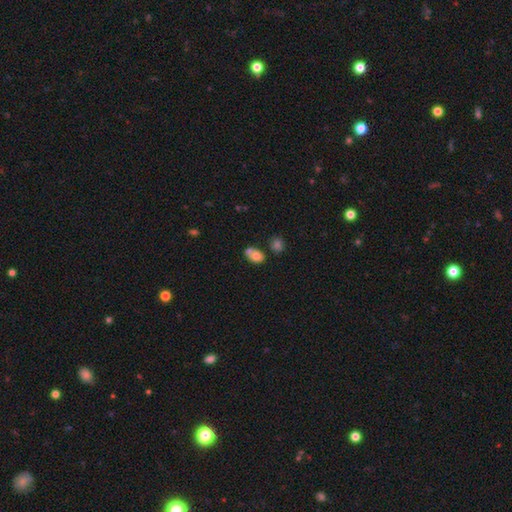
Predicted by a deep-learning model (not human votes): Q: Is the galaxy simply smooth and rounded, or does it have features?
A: smooth — 72%.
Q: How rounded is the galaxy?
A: in between — 58%.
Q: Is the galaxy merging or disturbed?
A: merger — 49%.